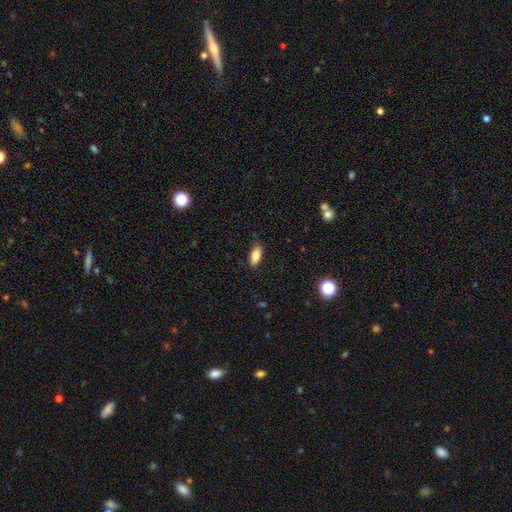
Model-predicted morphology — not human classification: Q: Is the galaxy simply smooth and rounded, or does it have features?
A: smooth — 82%.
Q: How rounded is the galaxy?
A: in between — 77%.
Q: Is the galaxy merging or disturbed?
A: none — 83%.